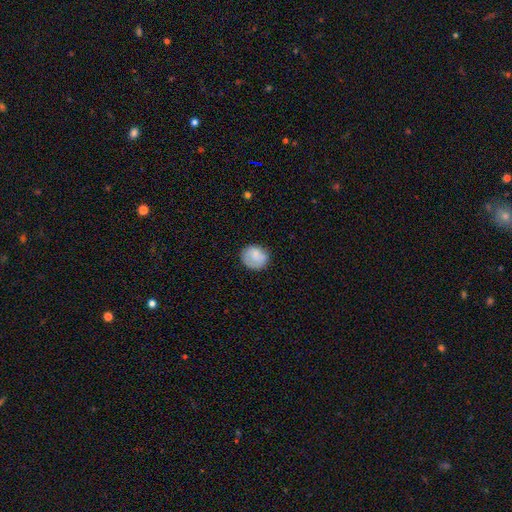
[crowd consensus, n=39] smooth 74%, featured or disk 26%, star or artifact 0%. Down the decision tree: how rounded — round (83%); merging — none (69%).